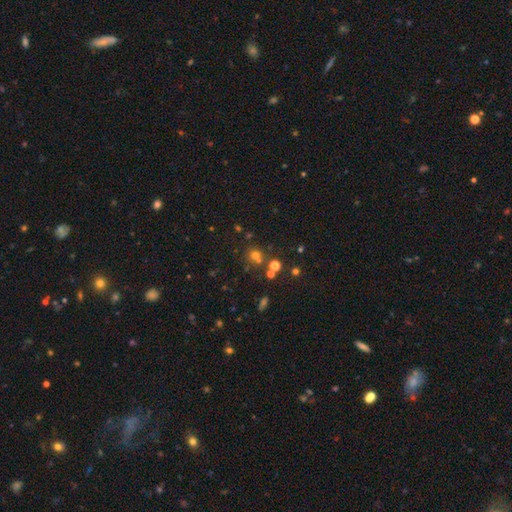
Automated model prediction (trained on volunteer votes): A smooth galaxy with no disk features (61%) that is round (89%).

Vote fractions:
- Smooth or featured? smooth: 61% / star or artifact: 29% / featured or disk: 10%
- How rounded? round: 89% / in between: 10% / cigar-shaped: 1%
- Merging? none: 67% / merger: 20% / minor disturbance: 9% / major disturbance: 4%